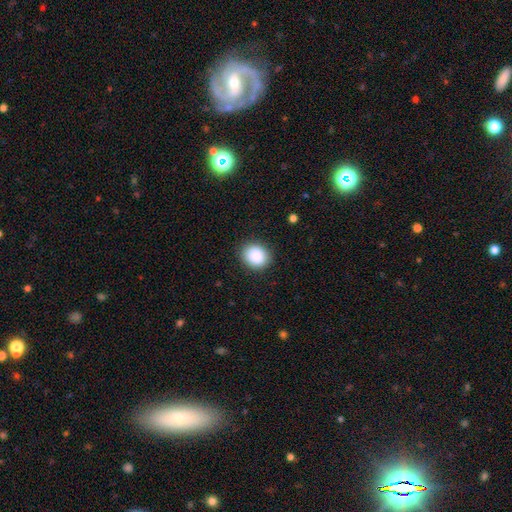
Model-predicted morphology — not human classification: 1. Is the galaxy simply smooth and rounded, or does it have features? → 88% smooth, 8% star or artifact, 4% featured or disk.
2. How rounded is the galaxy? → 68% round, 31% in between, 1% cigar-shaped.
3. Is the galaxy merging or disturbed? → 88% none, 9% minor disturbance, 3% major disturbance, 1% merger.